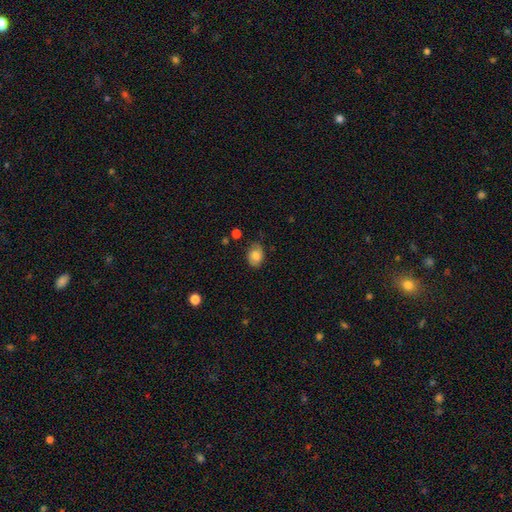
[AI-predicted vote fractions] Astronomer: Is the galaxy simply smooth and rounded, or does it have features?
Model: smooth — 75%.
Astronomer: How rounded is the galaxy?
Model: in between — 71%.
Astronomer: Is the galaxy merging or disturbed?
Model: none — 75%.